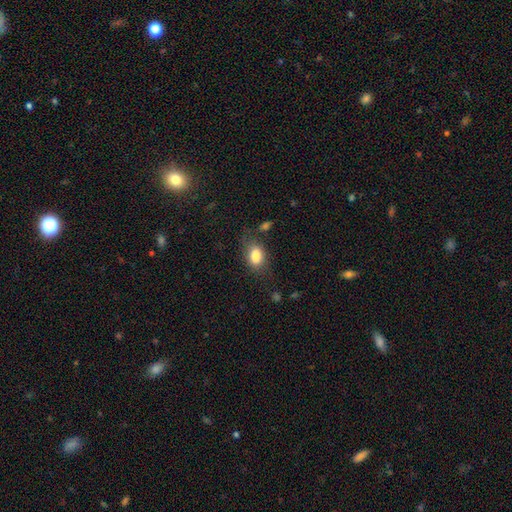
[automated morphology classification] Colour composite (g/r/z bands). It shows a smooth galaxy with no disk features (82%) that is in between round and cigar-shaped (82%). Merging: none (70%).